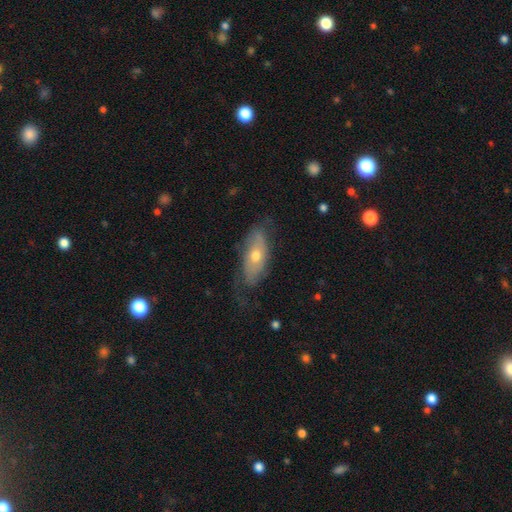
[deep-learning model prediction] Smooth or featured?
  - featured or disk: 50% *
  - smooth: 42%
  - star or artifact: 7%
Edge-on disk?
  - no: 74% *
  - yes: 26%
Merging?
  - none: 60% *
  - minor disturbance: 26%
  - major disturbance: 13%
  - merger: 2%